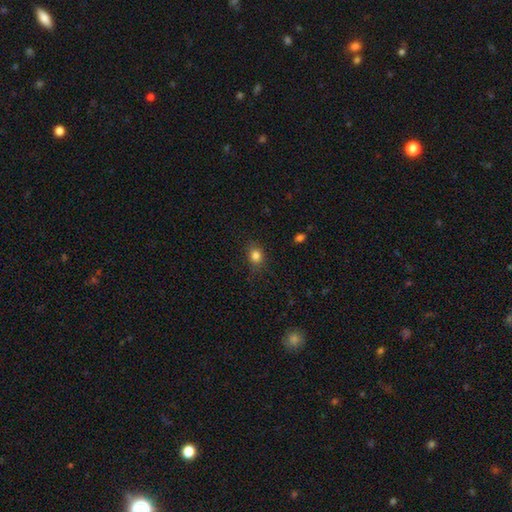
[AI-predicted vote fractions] Morphology: type=smooth (83%); roundness=round (57%); merging=none (81%).